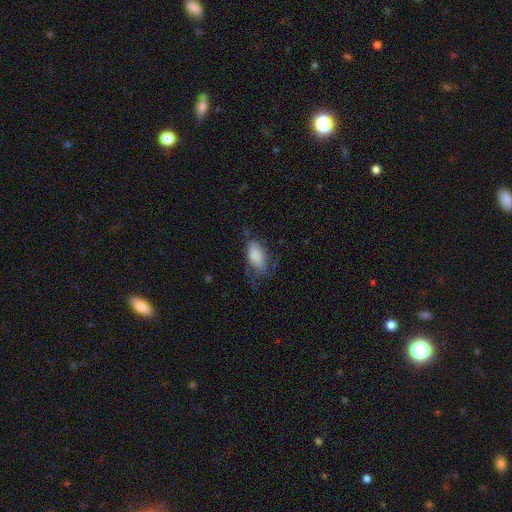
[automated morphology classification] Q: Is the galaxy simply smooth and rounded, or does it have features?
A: smooth — 77%.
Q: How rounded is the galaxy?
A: in between — 92%.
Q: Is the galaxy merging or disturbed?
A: none — 41%.